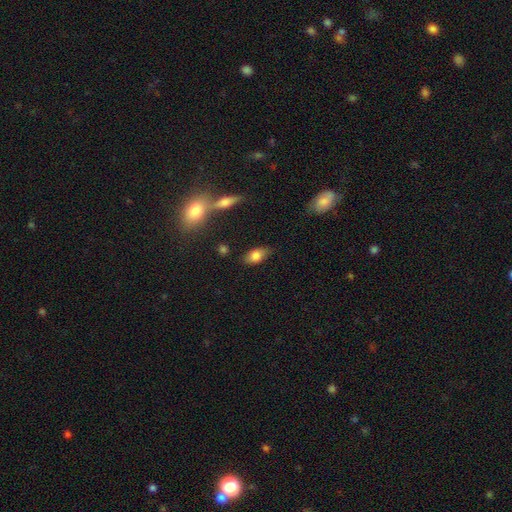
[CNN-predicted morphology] smooth_or_featured: smooth (p=0.78) [alt: featured or disk p=0.14]
how_rounded: in between (p=0.87) [alt: round p=0.07]
merging: none (p=0.77) [alt: minor disturbance p=0.16]